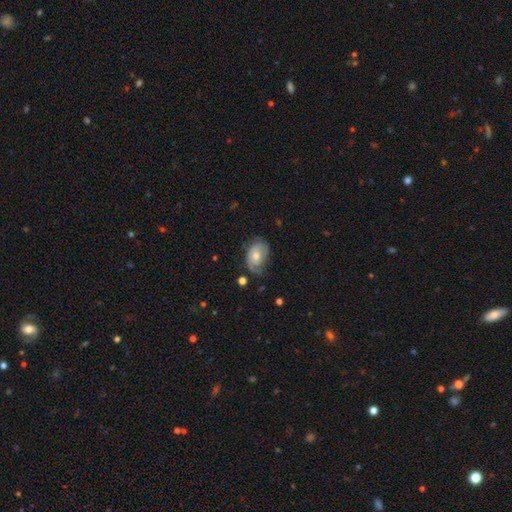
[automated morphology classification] This is possibly a featured or disk galaxy (59%). It is clearly not viewed edge-on (95%). Bar: likely no (75%). Spiral arm pattern: likely yes (77%). Central bulge: possibly moderate (58%). Merging: possibly none (54%).